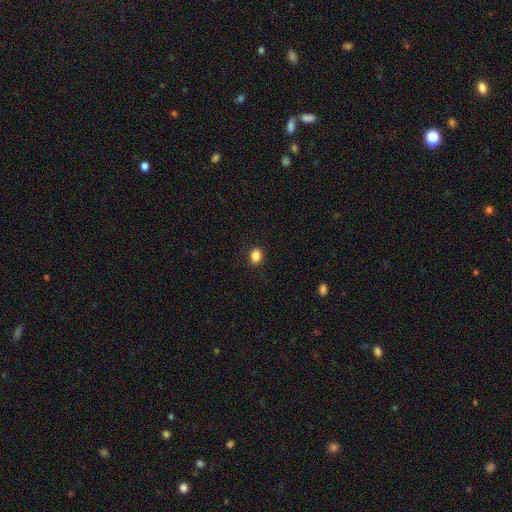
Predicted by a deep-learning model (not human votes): Smooth or featured? smooth (86%)
How rounded? round (51%)
Merging? none (87%)